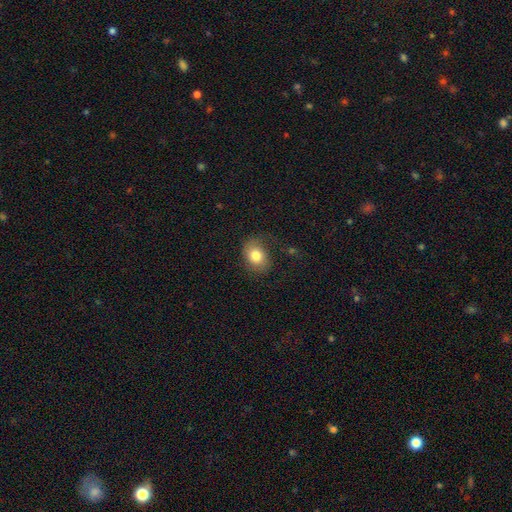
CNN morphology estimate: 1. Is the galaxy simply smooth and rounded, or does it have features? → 76% smooth, 16% featured or disk, 8% star or artifact.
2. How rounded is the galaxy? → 61% in between, 38% round, 1% cigar-shaped.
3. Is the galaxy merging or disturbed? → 65% none, 22% minor disturbance, 12% major disturbance, 2% merger.